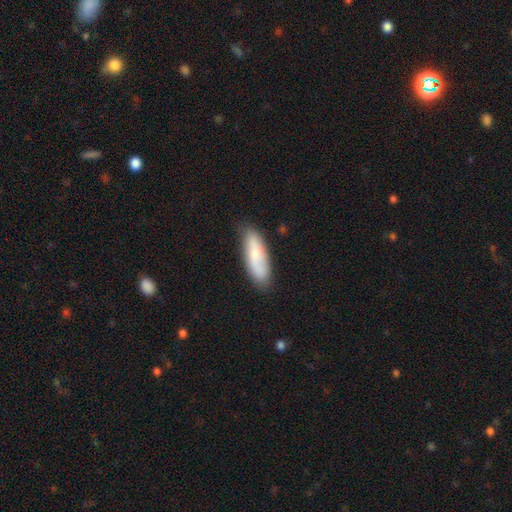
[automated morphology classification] A smooth galaxy with no disk features (65%) that is in between round and cigar-shaped (55%).

Vote fractions:
- Smooth or featured? smooth: 65% / featured or disk: 28% / star or artifact: 6%
- How rounded? in between: 55% / cigar-shaped: 42% / round: 2%
- Merging? none: 81% / minor disturbance: 15% / major disturbance: 3% / merger: 2%